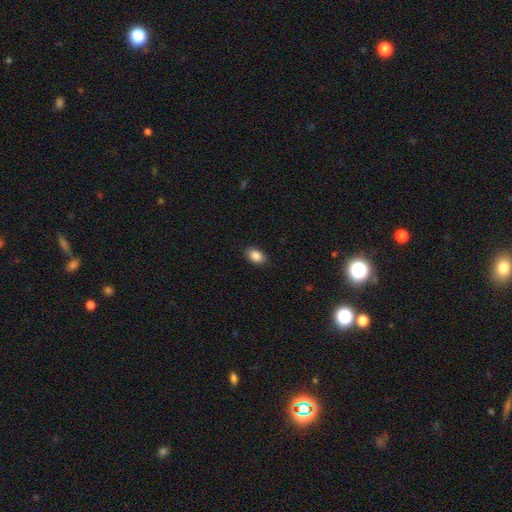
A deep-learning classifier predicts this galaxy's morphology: Smooth or featured? Predicted: smooth (p=0.87). How rounded? Predicted: in between (p=0.90). Merging? Predicted: none (p=0.88).